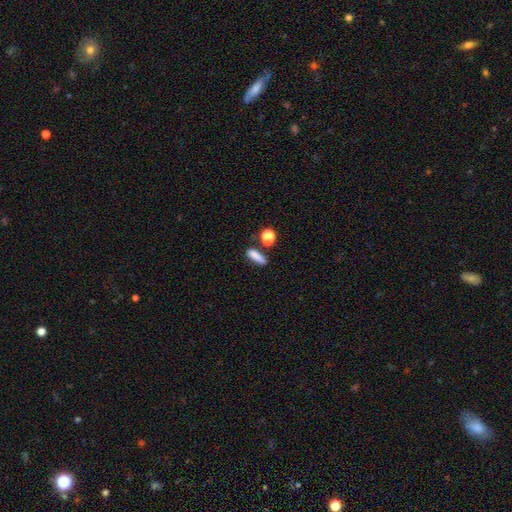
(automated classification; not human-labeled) This is clearly a smooth galaxy (82%). How rounded: possibly cigar-shaped (48%). Merging: likely none (66%).